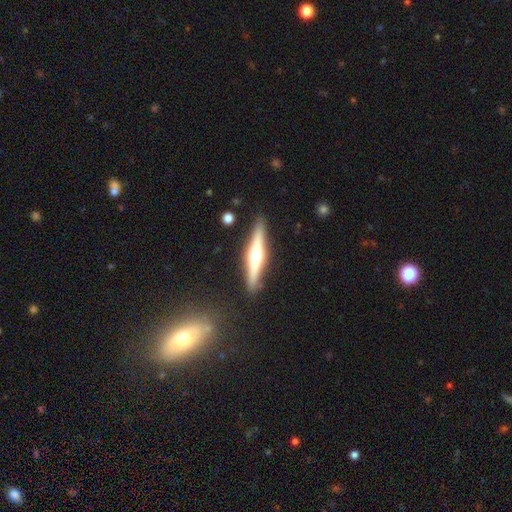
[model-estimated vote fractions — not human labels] A featured or disk galaxy (64%) viewed edge-on (96%) with a rounded central bulge (88%). Merging: none (88%).